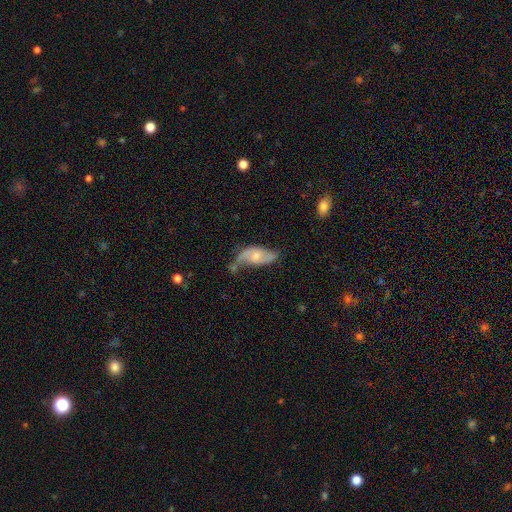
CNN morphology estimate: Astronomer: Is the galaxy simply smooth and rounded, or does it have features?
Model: featured or disk — 69%.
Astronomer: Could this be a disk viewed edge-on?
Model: no — 93%.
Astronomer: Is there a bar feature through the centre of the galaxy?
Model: no — 55% (runner-up: weak, 37%).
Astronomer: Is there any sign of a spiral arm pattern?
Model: yes — 88%.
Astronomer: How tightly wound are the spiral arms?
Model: loose — 57%.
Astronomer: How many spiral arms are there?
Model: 2 — 83%.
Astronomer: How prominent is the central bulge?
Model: moderate — 44% (runner-up: small, 43%).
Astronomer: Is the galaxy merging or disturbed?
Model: none — 41% (runner-up: minor disturbance, 30%).